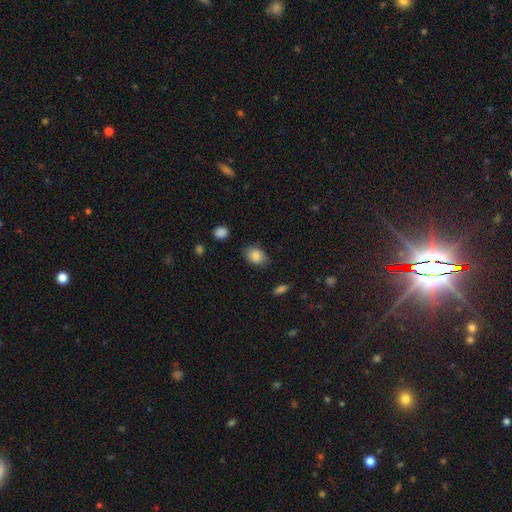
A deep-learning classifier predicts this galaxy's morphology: Smooth or featured? Predicted: smooth (p=0.86). How rounded? Predicted: in between (p=0.70). Merging? Predicted: none (p=0.79).